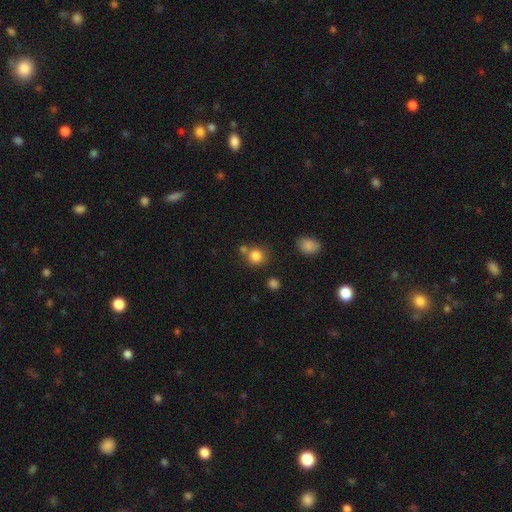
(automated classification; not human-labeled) Q: Smooth or featured?
A: smooth (82%); runner-up: star or artifact (12%)
Q: How rounded?
A: round (85%); runner-up: in between (14%)
Q: Merging?
A: none (64%); runner-up: merger (21%)